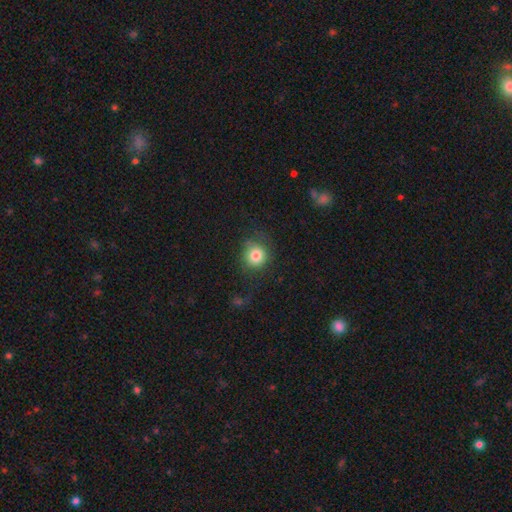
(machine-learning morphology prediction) Smooth or featured: smooth — 81% (star or artifact — 10%)
How rounded: round — 88% (in between — 11%)
Merging: none — 70% (minor disturbance — 17%)